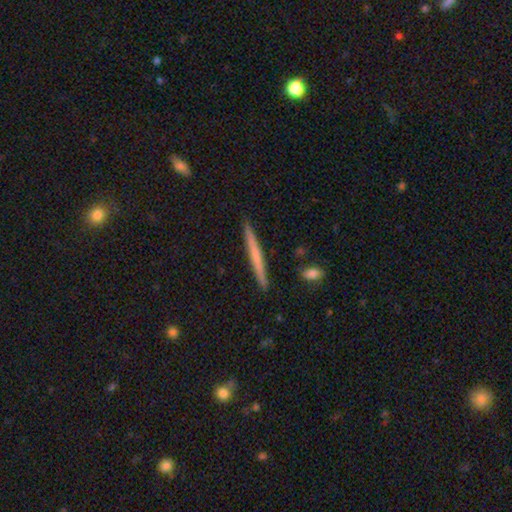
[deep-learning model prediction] Q: Smooth or featured?
A: smooth (52%); runner-up: featured or disk (42%)
Q: How rounded?
A: cigar-shaped (97%); runner-up: in between (2%)
Q: Merging?
A: none (91%); runner-up: minor disturbance (6%)